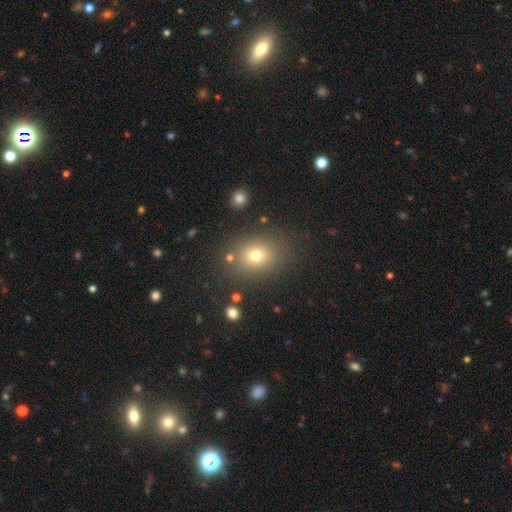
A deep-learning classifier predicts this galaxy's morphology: smooth 72%, star or artifact 18%, featured or disk 11%. Down the decision tree: how rounded — round (53%); merging — none (82%).